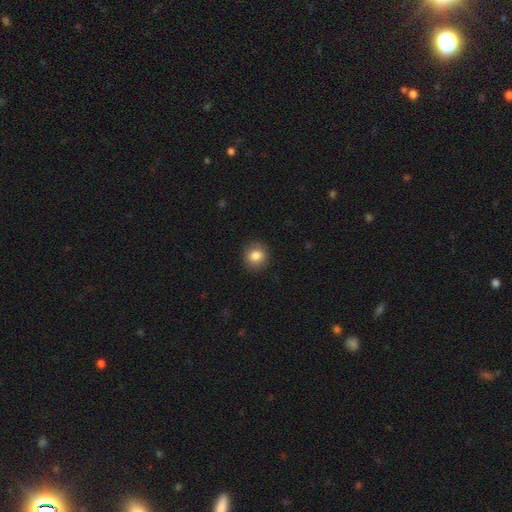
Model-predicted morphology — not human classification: This is clearly a smooth galaxy (84%). How rounded: clearly round (87%). Merging: clearly none (89%).